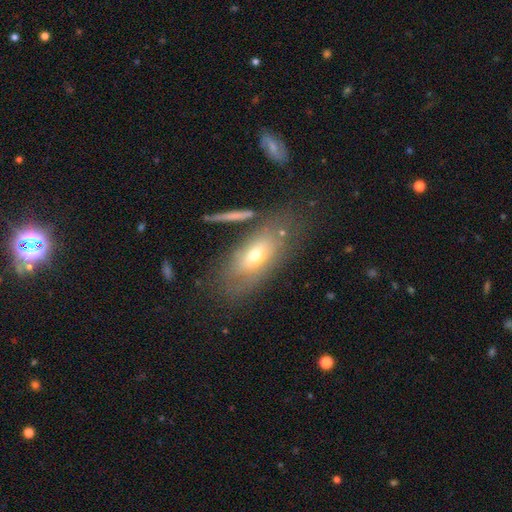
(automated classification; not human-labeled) This appears to be a smooth galaxy with no disk features (58%) that is in between round and cigar-shaped (80%). Merging: none (64%).